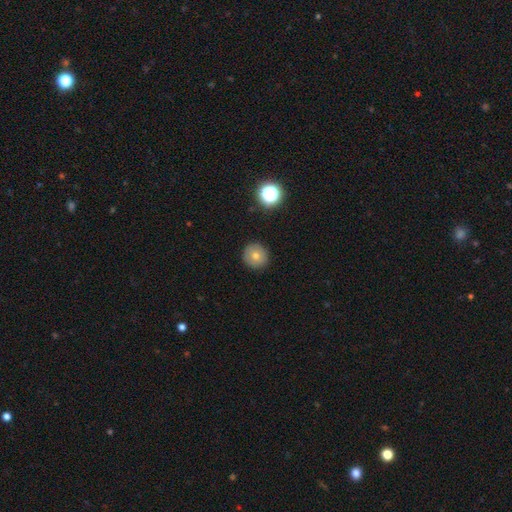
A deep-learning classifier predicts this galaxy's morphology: Q: Smooth or featured?
A: smooth (74%); runner-up: featured or disk (13%)
Q: How rounded?
A: round (95%); runner-up: in between (4%)
Q: Merging?
A: none (91%); runner-up: minor disturbance (6%)